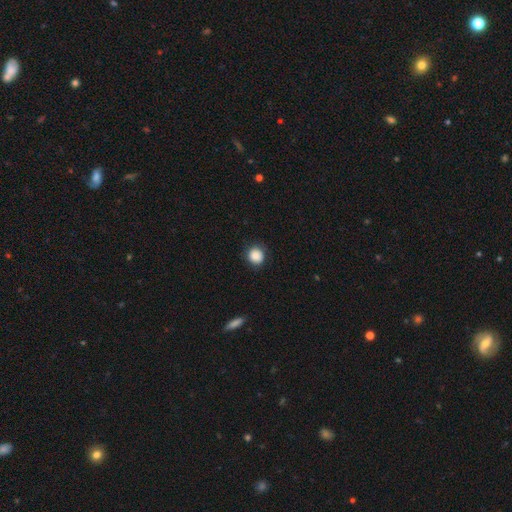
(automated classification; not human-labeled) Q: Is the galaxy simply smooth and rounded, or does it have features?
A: smooth — 88%.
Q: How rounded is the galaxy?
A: round — 90%.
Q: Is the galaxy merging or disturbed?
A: none — 85%.